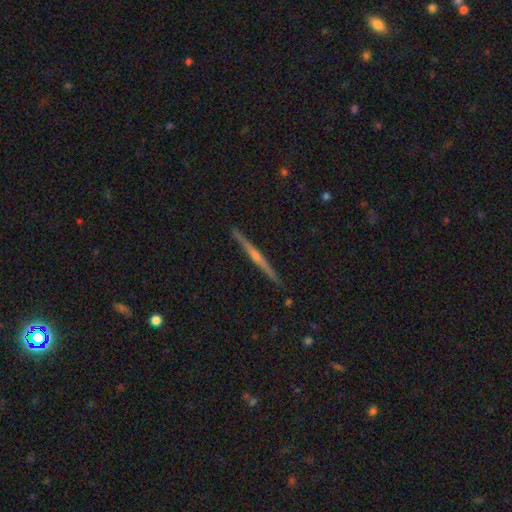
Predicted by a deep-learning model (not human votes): Morphology: type=featured or disk (75%); edge-on=yes (98%); edge-on bulge=rounded (65%); merging=none (91%).